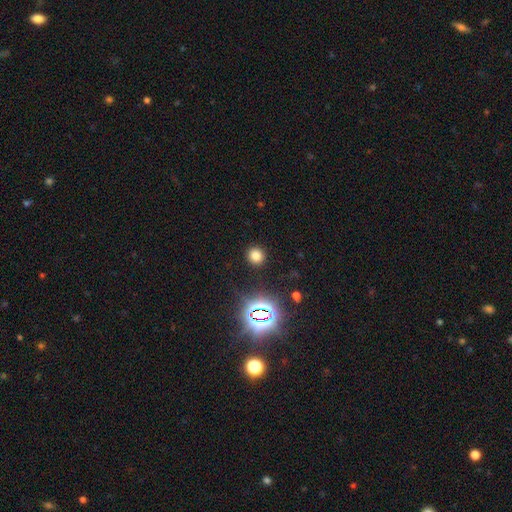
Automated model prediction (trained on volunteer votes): Smooth or featured? Predicted: smooth (p=0.74). How rounded? Predicted: round (p=0.89). Merging? Predicted: none (p=0.90).